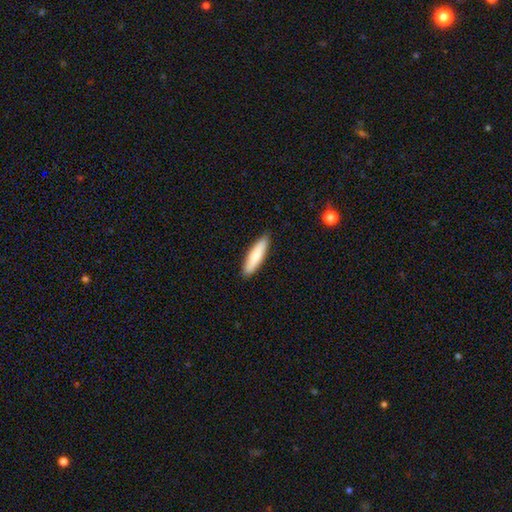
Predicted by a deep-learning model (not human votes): Smooth or featured: smooth — 82% (featured or disk — 13%)
How rounded: cigar-shaped — 76% (in between — 23%)
Merging: none — 89% (minor disturbance — 8%)